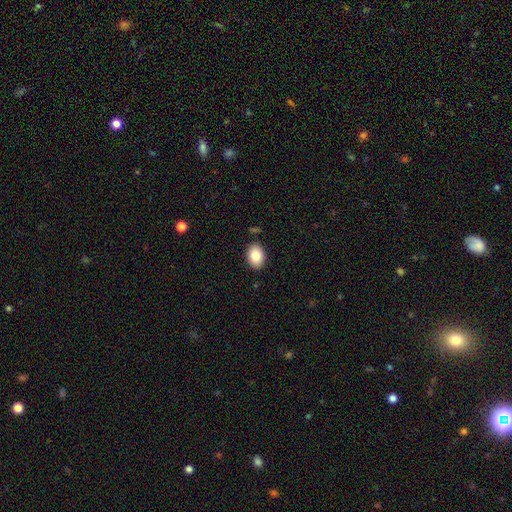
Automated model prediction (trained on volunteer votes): Morphology: type=smooth (85%); roundness=in between (77%); merging=none (87%).